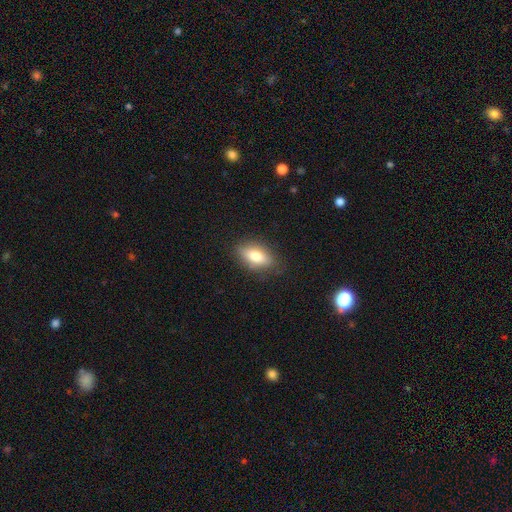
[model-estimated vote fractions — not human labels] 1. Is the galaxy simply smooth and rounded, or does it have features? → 75% smooth, 17% featured or disk, 8% star or artifact.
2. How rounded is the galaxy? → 85% in between, 8% round, 7% cigar-shaped.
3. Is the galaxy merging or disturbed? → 82% none, 13% minor disturbance, 3% major disturbance, 1% merger.